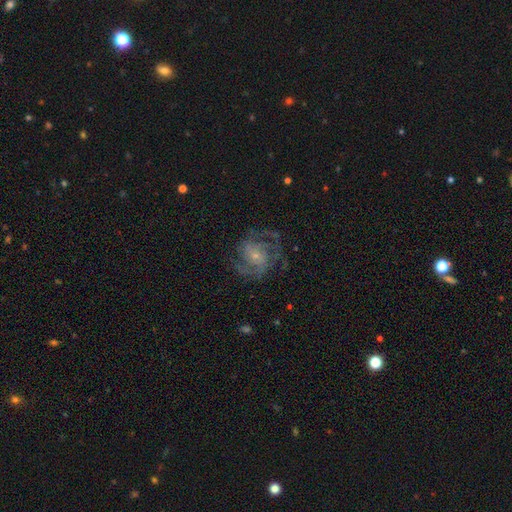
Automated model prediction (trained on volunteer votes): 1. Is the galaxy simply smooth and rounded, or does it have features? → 83% featured or disk, 10% smooth, 7% star or artifact.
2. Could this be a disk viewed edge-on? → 98% no, 2% yes.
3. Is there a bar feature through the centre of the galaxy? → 56% no, 35% weak, 9% strong.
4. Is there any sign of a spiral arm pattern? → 94% yes, 6% no.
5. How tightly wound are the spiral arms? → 51% medium, 32% tight, 17% loose.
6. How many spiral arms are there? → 46% 2, 22% 3, 16% can't tell, 6% 4, 5% 1, 5% more than 4.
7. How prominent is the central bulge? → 73% small, 19% moderate, 5% none, 2% large, 1% dominant.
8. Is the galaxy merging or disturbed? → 68% none, 16% minor disturbance, 15% major disturbance, 1% merger.